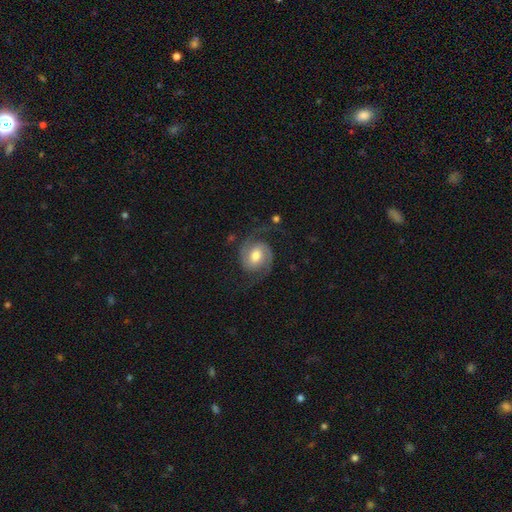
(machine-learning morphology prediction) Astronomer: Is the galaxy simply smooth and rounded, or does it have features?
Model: featured or disk — 88%.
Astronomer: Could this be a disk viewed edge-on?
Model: no — 98%.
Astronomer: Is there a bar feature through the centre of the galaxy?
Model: no — 46% (runner-up: weak, 41%).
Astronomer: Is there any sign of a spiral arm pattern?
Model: yes — 98%.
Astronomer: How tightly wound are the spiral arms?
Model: medium — 51% (runner-up: tight, 29%).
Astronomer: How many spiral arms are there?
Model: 2 — 93%.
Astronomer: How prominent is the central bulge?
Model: moderate — 69%.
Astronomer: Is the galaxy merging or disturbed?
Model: none — 76%.